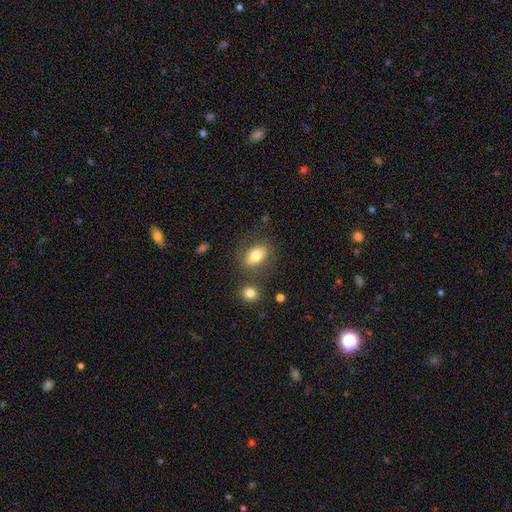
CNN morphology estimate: smooth 74%, featured or disk 18%, star or artifact 8%. Down the decision tree: how rounded — in between (84%); merging — none (73%).